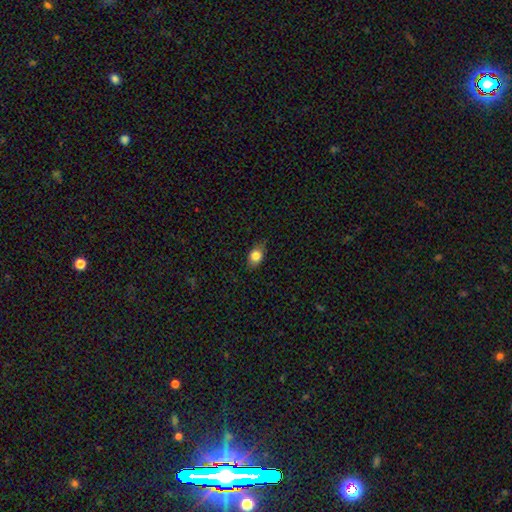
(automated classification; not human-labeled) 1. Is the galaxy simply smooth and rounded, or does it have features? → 82% smooth, 9% star or artifact, 9% featured or disk.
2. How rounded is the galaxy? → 66% in between, 32% round, 2% cigar-shaped.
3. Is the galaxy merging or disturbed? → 76% none, 19% minor disturbance, 4% major disturbance, 1% merger.